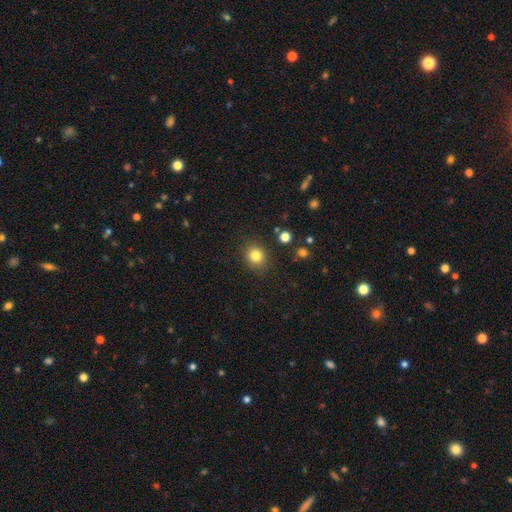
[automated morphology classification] Smooth or featured? smooth (82%)
How rounded? round (77%)
Merging? none (86%)